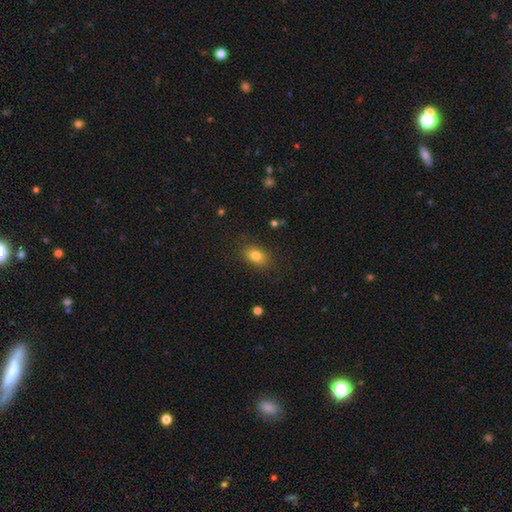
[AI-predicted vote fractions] A smooth galaxy with no disk features (81%) that is in between round and cigar-shaped (80%). Merging: none (86%).